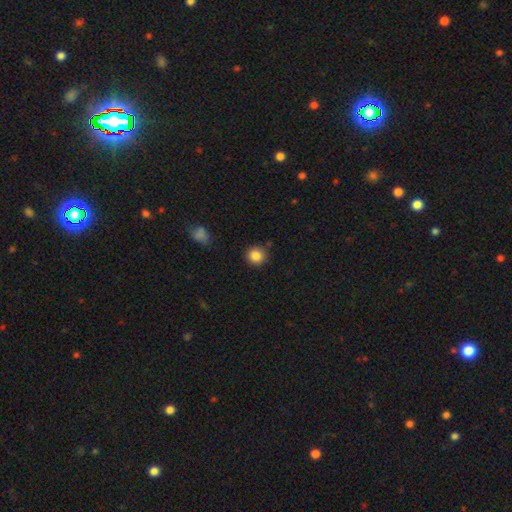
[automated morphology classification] Smooth or featured? smooth (86%)
How rounded? round (92%)
Merging? none (84%)